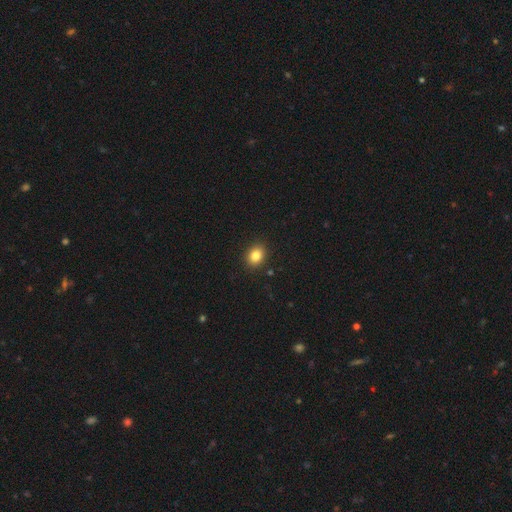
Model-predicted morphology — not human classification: The model was most divided on "how rounded": in between: 51%, round: 48%, cigar-shaped: 1%. More confident: merging — none (90%); smooth or featured — smooth (83%).